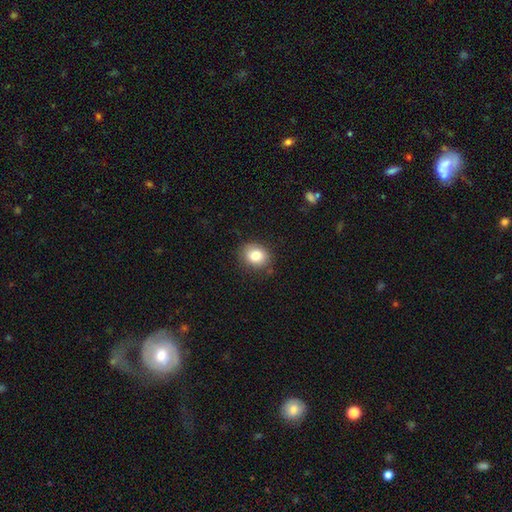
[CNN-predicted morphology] A smooth galaxy with no disk features (82%) that is round (54%).

Vote fractions:
- Smooth or featured? smooth: 82% / star or artifact: 9% / featured or disk: 9%
- How rounded? round: 54% / in between: 45% / cigar-shaped: 1%
- Merging? none: 83% / minor disturbance: 13% / major disturbance: 3% / merger: 1%